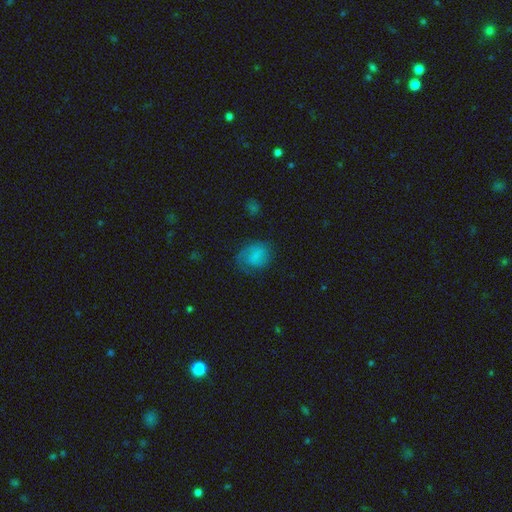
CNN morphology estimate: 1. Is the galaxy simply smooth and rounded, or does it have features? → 61% smooth, 29% featured or disk, 10% star or artifact.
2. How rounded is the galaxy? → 51% in between, 48% round, 1% cigar-shaped.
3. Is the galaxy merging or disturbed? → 59% none, 25% minor disturbance, 14% major disturbance, 2% merger.